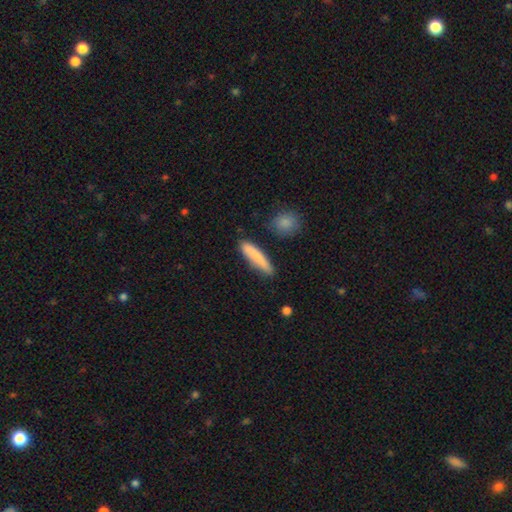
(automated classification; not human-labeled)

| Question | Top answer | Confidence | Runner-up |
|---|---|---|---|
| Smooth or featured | smooth | 81% | featured or disk (12%) |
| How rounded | cigar-shaped | 85% | in between (13%) |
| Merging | none | 81% | minor disturbance (13%) |